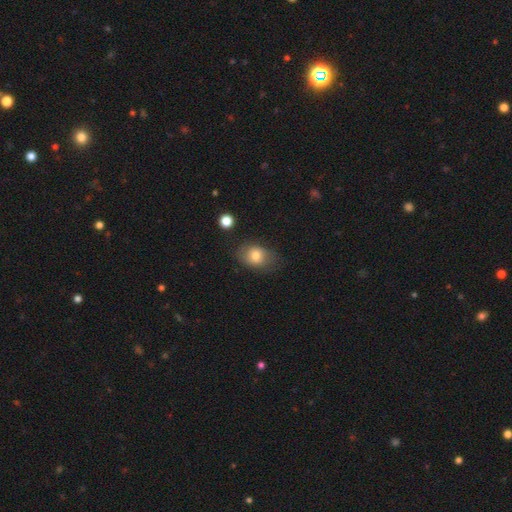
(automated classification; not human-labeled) A smooth galaxy with no disk features (74%) that is in between round and cigar-shaped (68%). Merging: none (68%).